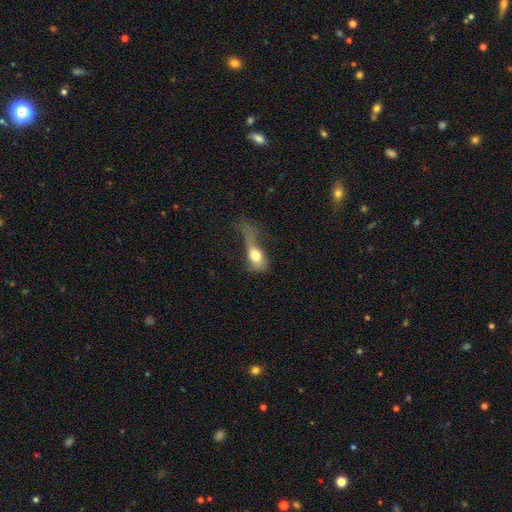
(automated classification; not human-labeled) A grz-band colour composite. It shows a smooth galaxy with no disk features (69%) that is in between round and cigar-shaped (75%). Merging: major disturbance (61%).